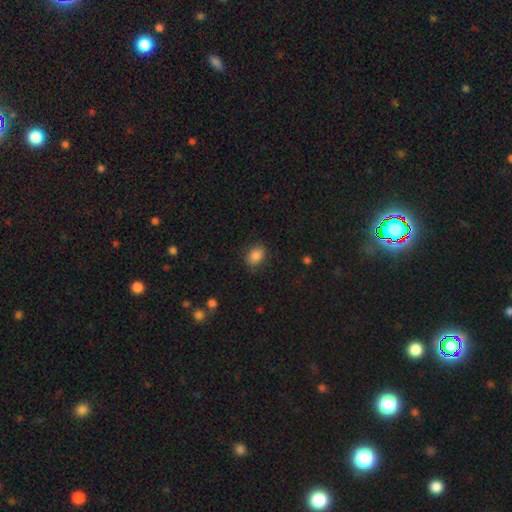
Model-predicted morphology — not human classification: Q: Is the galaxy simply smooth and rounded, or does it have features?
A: smooth — 86%.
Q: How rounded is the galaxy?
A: in between — 74%.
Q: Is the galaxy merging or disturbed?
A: none — 83%.